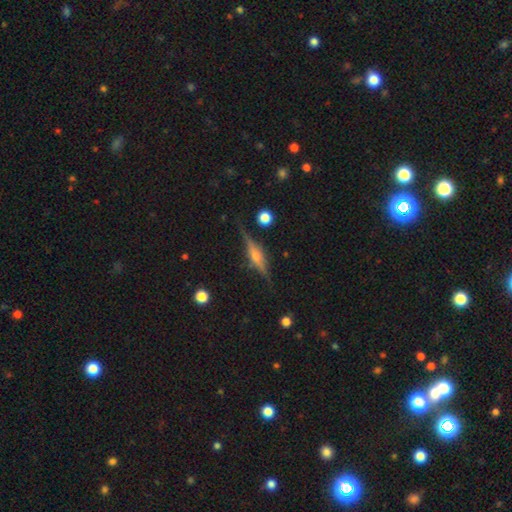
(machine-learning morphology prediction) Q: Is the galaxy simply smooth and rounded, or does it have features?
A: featured or disk — 79%.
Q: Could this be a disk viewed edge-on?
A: yes — 97%.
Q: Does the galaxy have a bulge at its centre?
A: rounded — 84%.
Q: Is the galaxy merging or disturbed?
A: none — 86%.